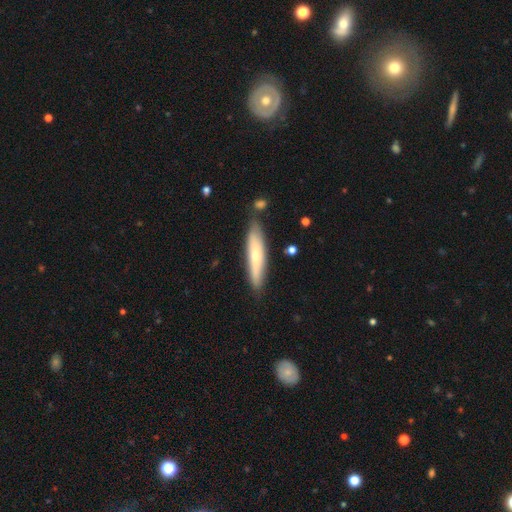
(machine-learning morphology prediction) smooth 63%, featured or disk 32%, star or artifact 5%. Down the decision tree: how rounded — cigar-shaped (84%); merging — none (76%).